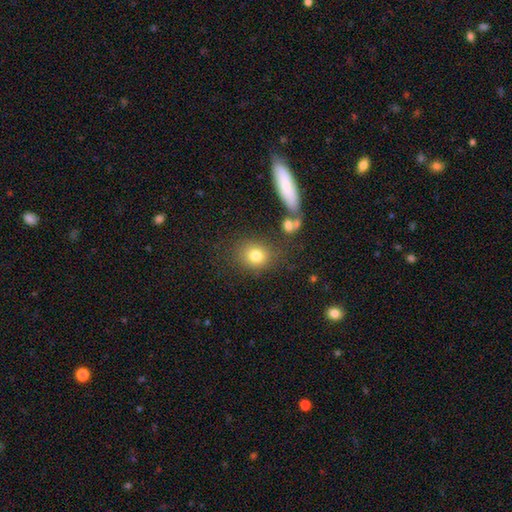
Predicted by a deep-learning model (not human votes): Smooth or featured?
  - smooth: 79% *
  - star or artifact: 12%
  - featured or disk: 9%
How rounded?
  - round: 67% *
  - in between: 32%
  - cigar-shaped: 1%
Merging?
  - none: 75% *
  - minor disturbance: 12%
  - merger: 7%
  - major disturbance: 6%